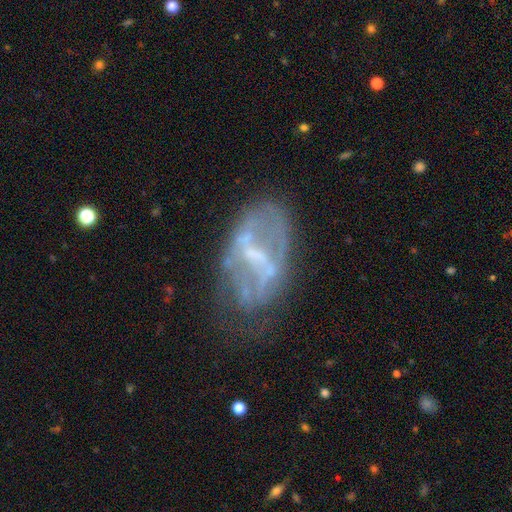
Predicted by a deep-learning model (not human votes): Smooth or featured? Predicted: featured or disk (p=0.72). Edge-on disk? Predicted: no (p=0.95). Bar? Predicted: weak (p=0.40). Spiral arms? Predicted: no (p=0.65). Bulge size? Predicted: small (p=0.39). Merging? Predicted: none (p=0.47).